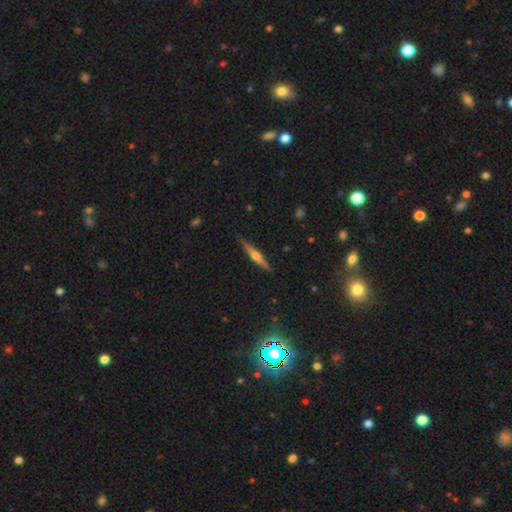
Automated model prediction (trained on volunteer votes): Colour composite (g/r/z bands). It shows a featured or disk galaxy (71%) viewed edge-on (98%) with a rounded central bulge (85%). Merging: none (90%).